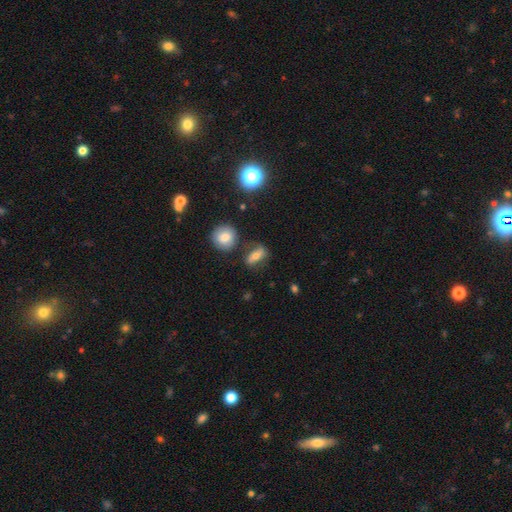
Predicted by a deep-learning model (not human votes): Smooth or featured: smooth — 53% (featured or disk — 35%)
How rounded: in between — 62% (round — 20%)
Merging: none — 67% (minor disturbance — 17%)